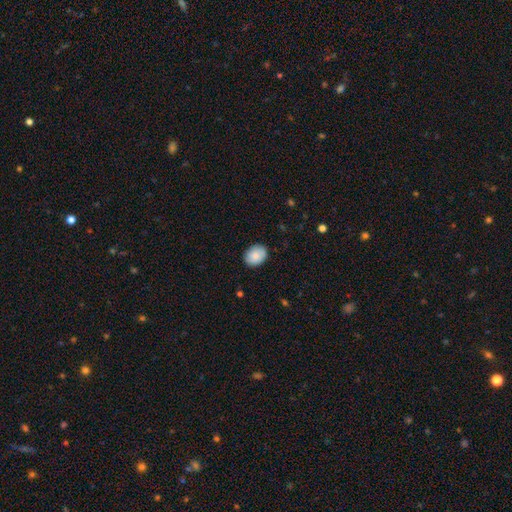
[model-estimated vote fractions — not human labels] Smooth or featured? smooth (87%)
How rounded? in between (64%)
Merging? none (87%)